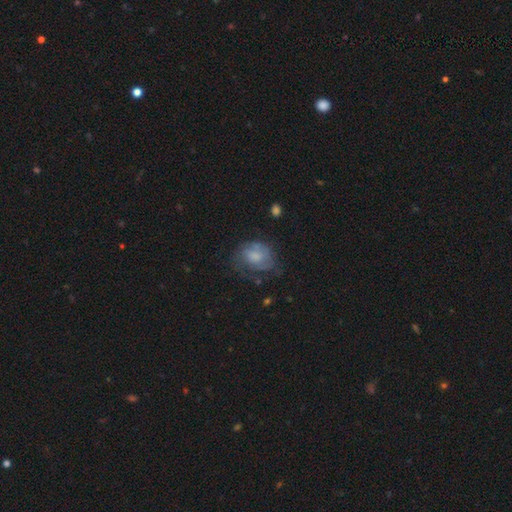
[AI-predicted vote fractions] smooth-or-featured: featured or disk: 46% | smooth: 45% | star or artifact: 9%
  merging: none: 49% | minor disturbance: 27% | major disturbance: 22% | merger: 2%